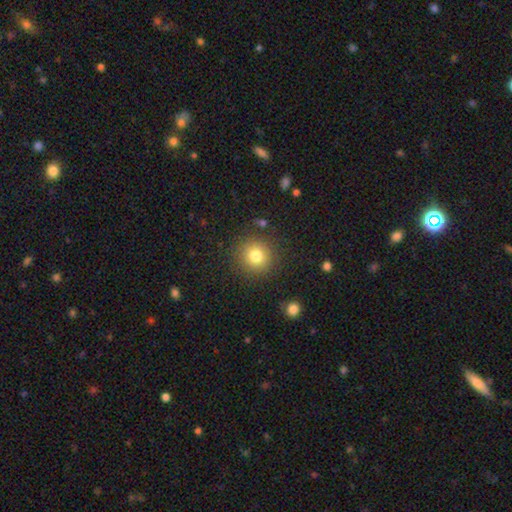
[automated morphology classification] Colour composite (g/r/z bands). It shows a smooth galaxy with no disk features (79%) that is round (92%). Merging: none (88%).